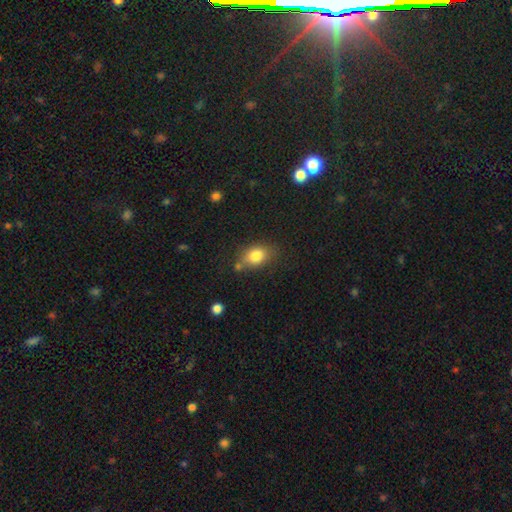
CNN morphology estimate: Smooth or featured? Predicted: smooth (p=0.82). How rounded? Predicted: in between (p=0.72). Merging? Predicted: none (p=0.69).